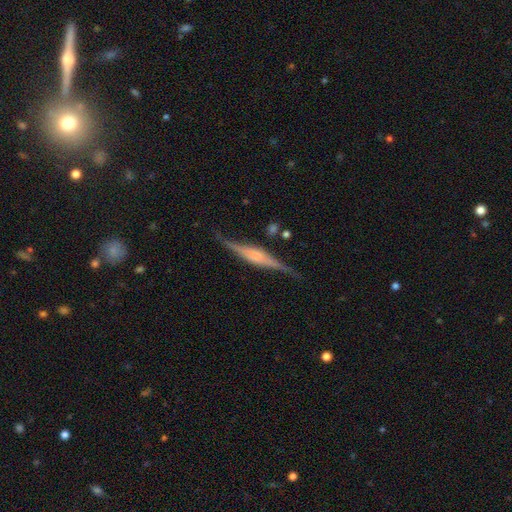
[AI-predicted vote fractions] The model was most divided on "edge-on bulge" (2-way tie): rounded: 45%, boxy: 45%, none: 10%. More confident: edge-on disk — yes (97%); merging — none (80%); smooth or featured — featured or disk (79%).